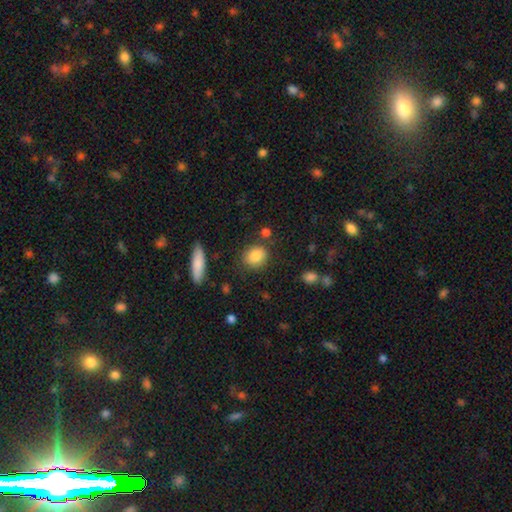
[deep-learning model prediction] Smooth or featured? Predicted: smooth (p=0.85). How rounded? Predicted: round (p=0.58). Merging? Predicted: none (p=0.79).